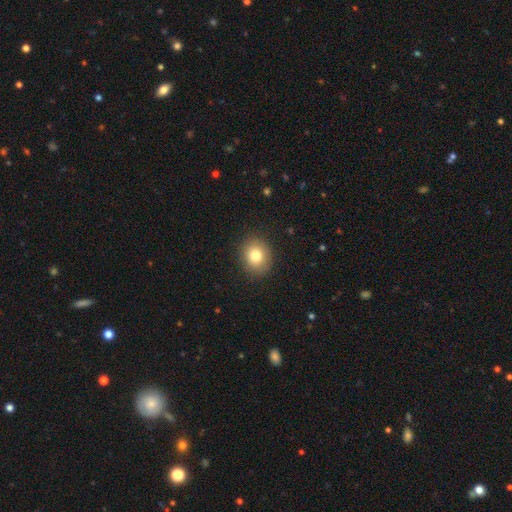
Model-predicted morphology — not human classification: This is likely a smooth galaxy (80%). How rounded: likely round (68%). Merging: clearly none (89%).